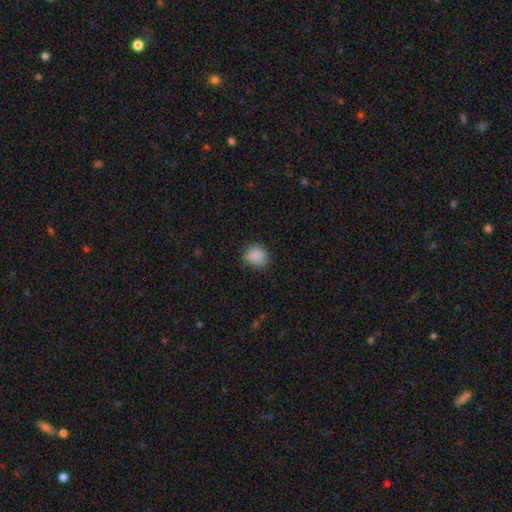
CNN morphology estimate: A smooth galaxy with no disk features (87%) that is round (72%). Merging: none (75%).